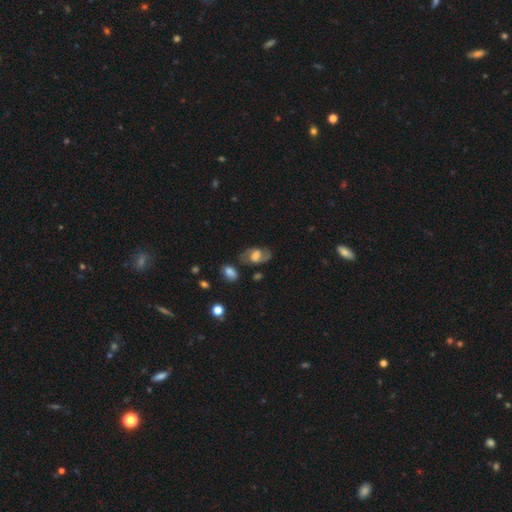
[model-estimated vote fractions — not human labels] Smooth or featured? featured or disk (62%)
Edge-on disk? no (95%)
Bar? weak (47%)
Spiral arms? yes (82%)
Bulge size? moderate (37%)
Merging? none (72%)